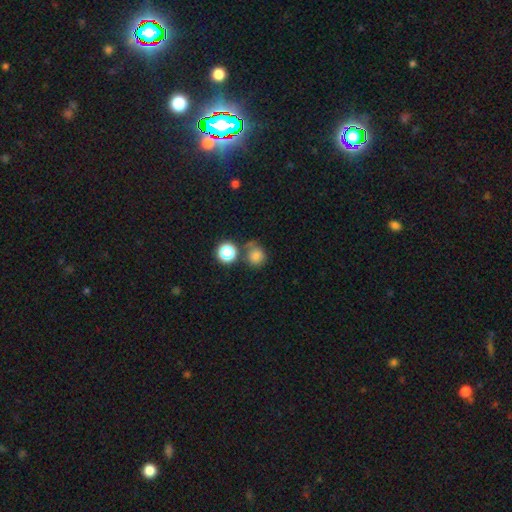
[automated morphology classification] Smooth or featured? Predicted: smooth (p=0.76). How rounded? Predicted: round (p=0.82). Merging? Predicted: none (p=0.58).